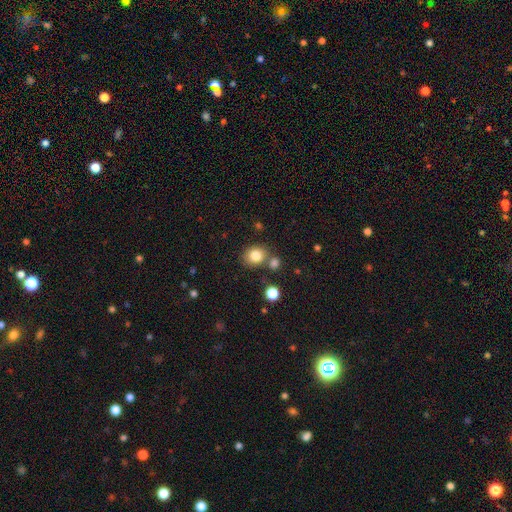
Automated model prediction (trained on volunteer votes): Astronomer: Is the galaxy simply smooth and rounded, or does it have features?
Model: smooth — 83%.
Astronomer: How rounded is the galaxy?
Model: round — 68%.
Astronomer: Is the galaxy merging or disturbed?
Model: none — 68%.